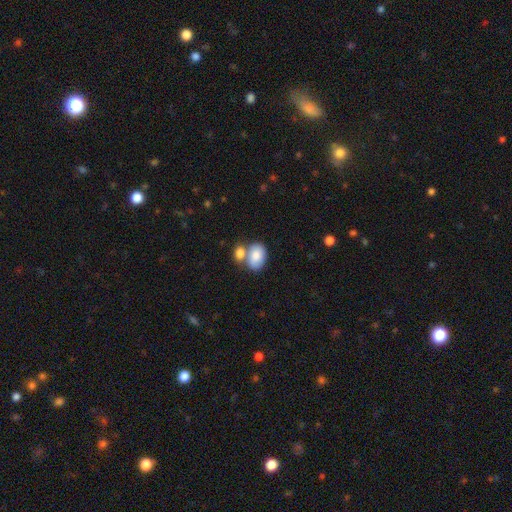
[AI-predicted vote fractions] Overall: smooth (83%). How rounded: in between (83%). Merging: merger (51%; none 34%).